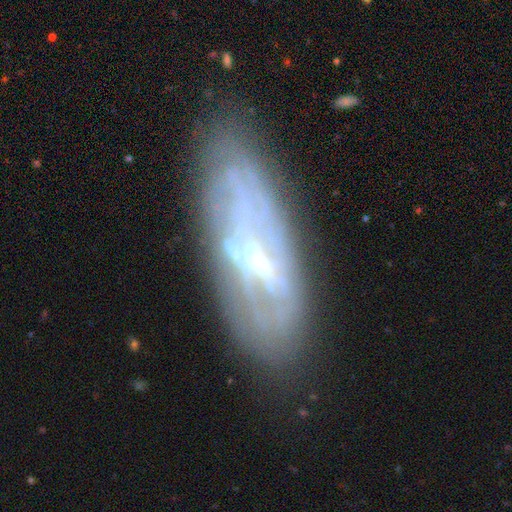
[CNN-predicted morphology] A featured or disk galaxy (70%) with a strong bar (38%), no spiral arms (50%, tied with yes) and a small central bulge (42%).

Vote fractions:
- Smooth or featured? featured or disk: 70% / smooth: 20% / star or artifact: 10%
- Edge-on disk? no: 72% / yes: 28%
- Bar? strong: 38% / weak: 33% / no: 29%
- Spiral arms? no: 50% (tied) / yes: 50% (tied)
- Bulge size? small: 42% / moderate: 35% / none: 17% / large: 5% / dominant: 2%
- Merging? none: 71% / minor disturbance: 18% / major disturbance: 8% / merger: 3%